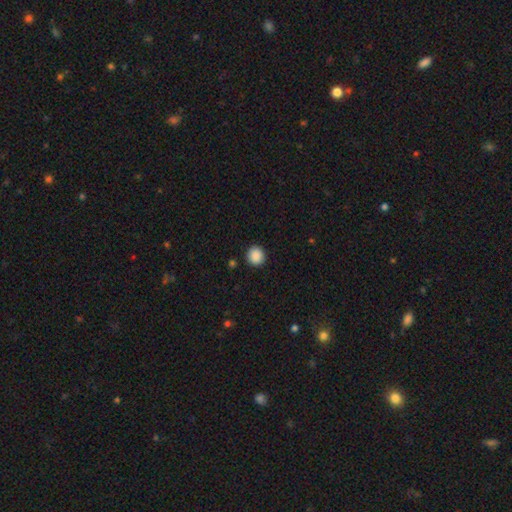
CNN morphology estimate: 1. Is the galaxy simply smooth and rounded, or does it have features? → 89% smooth, 9% star or artifact, 2% featured or disk.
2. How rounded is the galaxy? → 91% round, 8% in between, 1% cigar-shaped.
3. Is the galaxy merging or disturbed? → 91% none, 6% minor disturbance, 2% major disturbance, 1% merger.